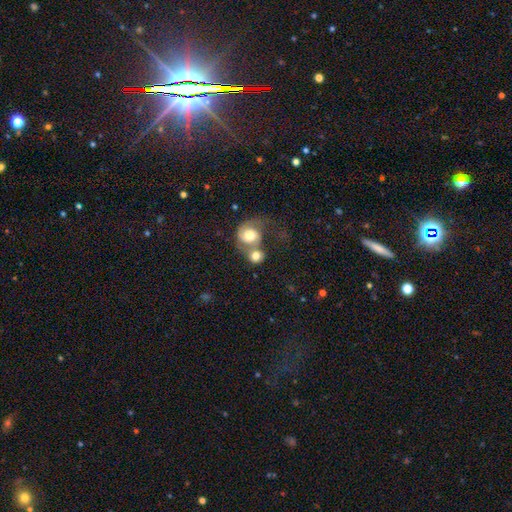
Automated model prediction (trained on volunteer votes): The model was most divided on "smooth or featured": smooth: 64%, featured or disk: 28%, star or artifact: 8%. More confident: how rounded — round (73%); merging — merger (63%).